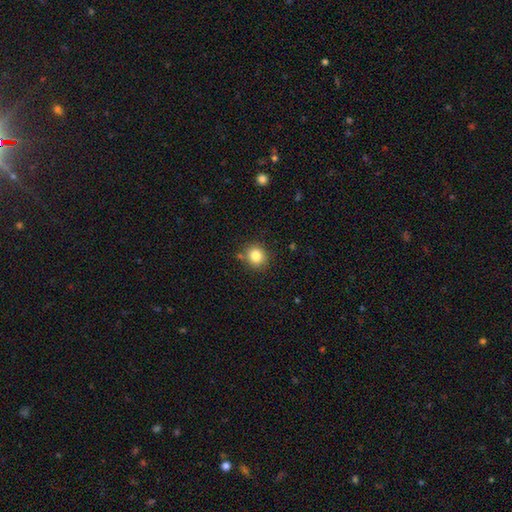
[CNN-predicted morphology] A smooth galaxy with no disk features (83%) that is round (85%). Merging: none (83%).